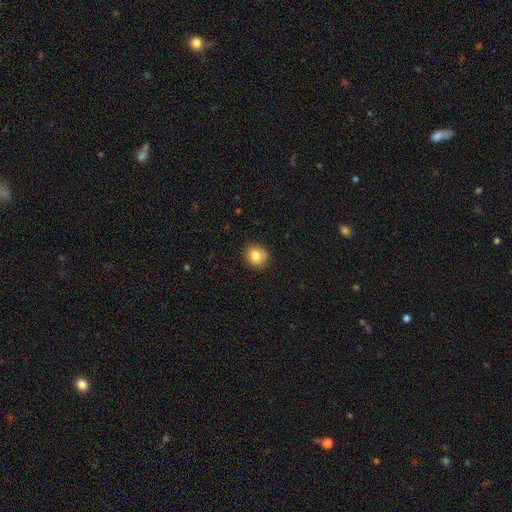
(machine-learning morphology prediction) Smooth or featured? Predicted: smooth (p=0.80). How rounded? Predicted: round (p=0.83). Merging? Predicted: none (p=0.84).